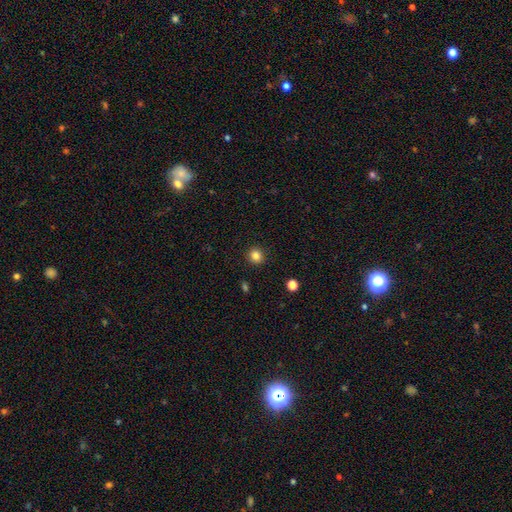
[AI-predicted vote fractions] The model was most divided on "smooth or featured": smooth: 83%, star or artifact: 12%, featured or disk: 5%. More confident: merging — none (92%); how rounded — round (91%).